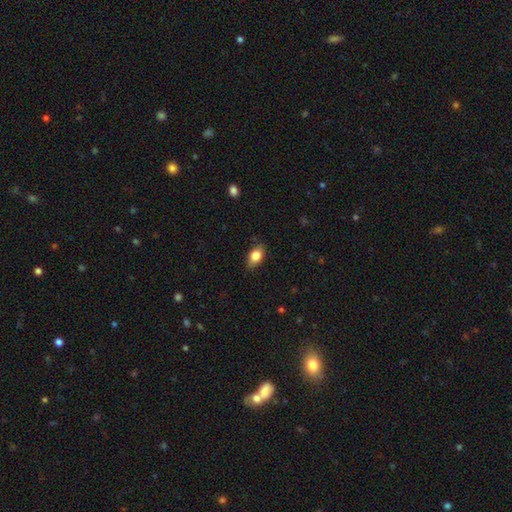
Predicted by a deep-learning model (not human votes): This appears to be a smooth galaxy with no disk features (81%) that is in between round and cigar-shaped (86%). Merging: none (84%).